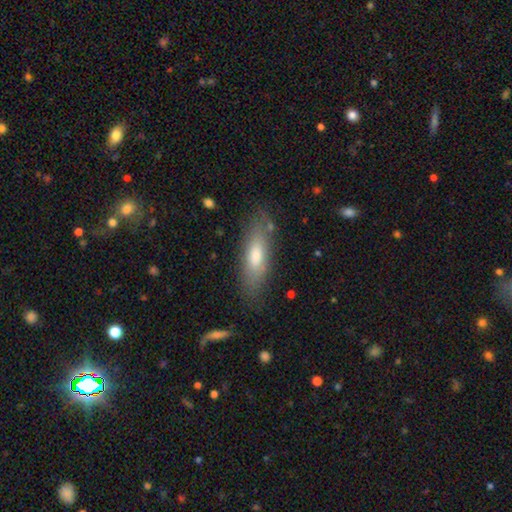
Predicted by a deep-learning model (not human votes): Overall: smooth (67%). How rounded: cigar-shaped (52%; in between 46%). Merging: none (78%).